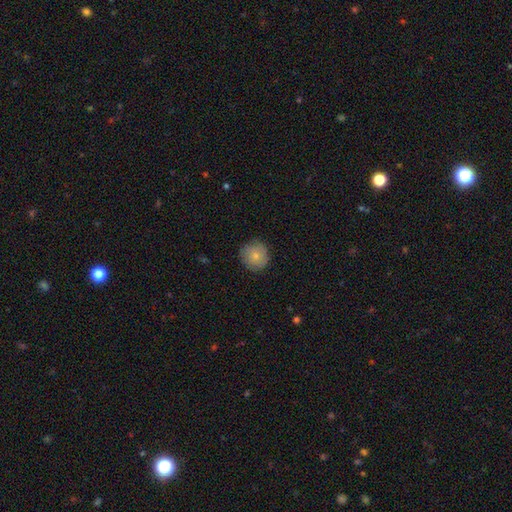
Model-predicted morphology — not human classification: Smooth or featured: smooth — 76% (featured or disk — 16%)
How rounded: round — 91% (in between — 8%)
Merging: none — 82% (minor disturbance — 14%)